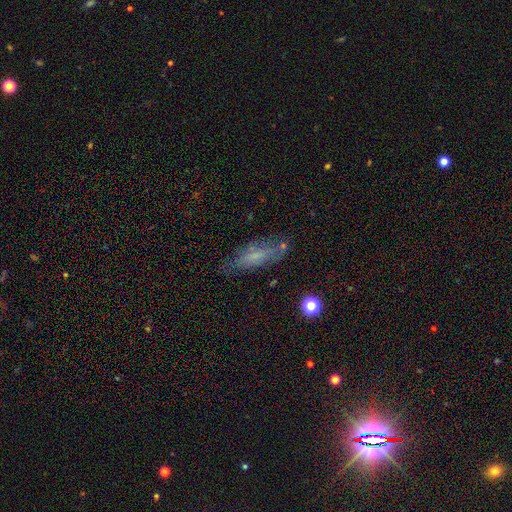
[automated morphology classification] smooth-or-featured: smooth: 53% | featured or disk: 36% | star or artifact: 11%
  how-rounded: cigar-shaped: 52% | in between: 45% | round: 3%
  merging: none: 67% | minor disturbance: 21% | major disturbance: 8% | merger: 4%